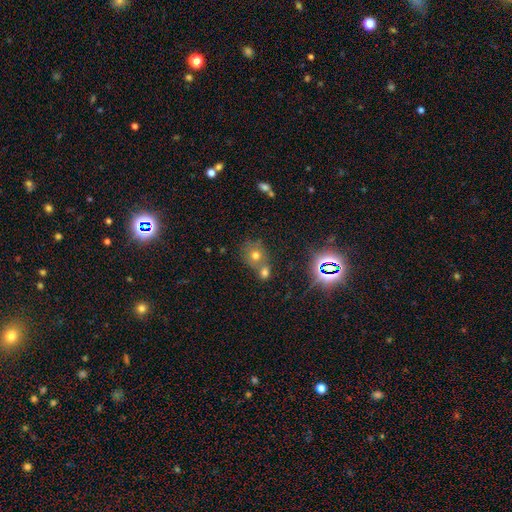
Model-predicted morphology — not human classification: Smooth or featured?
  - smooth: 56% *
  - star or artifact: 29%
  - featured or disk: 16%
How rounded?
  - round: 74% *
  - in between: 25%
  - cigar-shaped: 1%
Merging?
  - none: 47% *
  - merger: 40%
  - minor disturbance: 9%
  - major disturbance: 4%